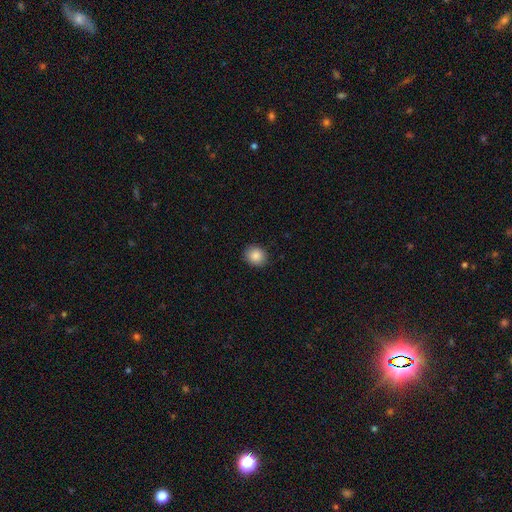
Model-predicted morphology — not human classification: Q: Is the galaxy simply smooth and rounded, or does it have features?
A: smooth — 87%.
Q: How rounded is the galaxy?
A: round — 74%.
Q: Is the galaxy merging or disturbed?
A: none — 90%.